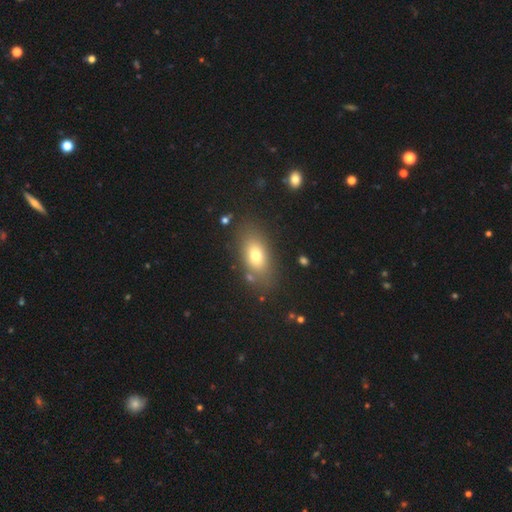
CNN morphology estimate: Smooth or featured? Predicted: smooth (p=0.73). How rounded? Predicted: in between (p=0.84). Merging? Predicted: none (p=0.79).